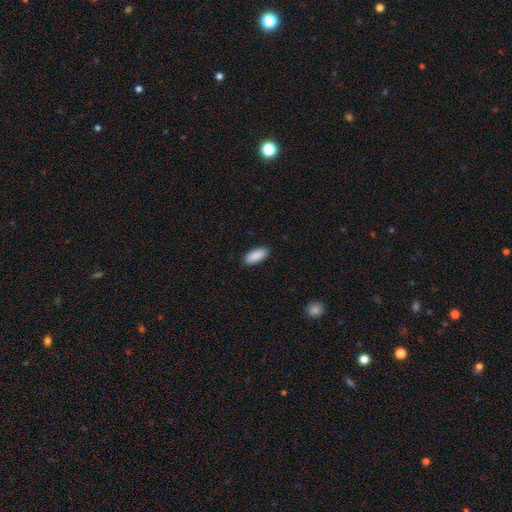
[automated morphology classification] This is clearly a smooth galaxy (91%). How rounded: clearly in between (89%). Merging: clearly none (89%).